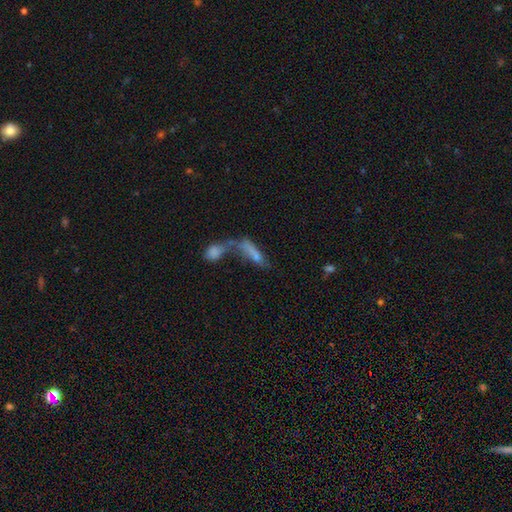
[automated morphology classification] smooth-or-featured: smooth: 53% | featured or disk: 34% | star or artifact: 13%
  how-rounded: cigar-shaped: 52% | in between: 43% | round: 5%
  merging: merger: 63% | none: 16% | major disturbance: 12% | minor disturbance: 8%